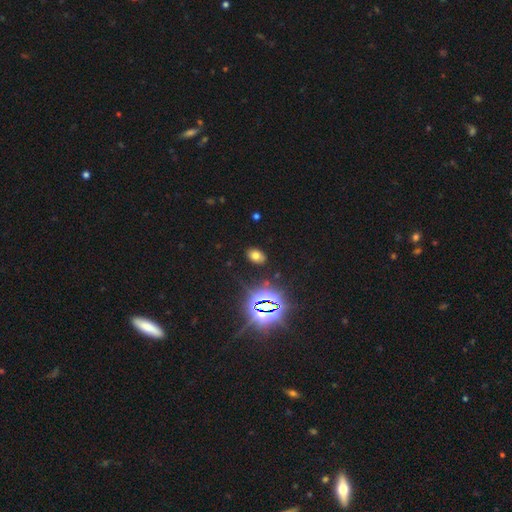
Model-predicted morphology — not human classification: Q: Smooth or featured?
A: smooth (60%); runner-up: star or artifact (30%)
Q: How rounded?
A: in between (84%); runner-up: round (14%)
Q: Merging?
A: none (87%); runner-up: minor disturbance (9%)